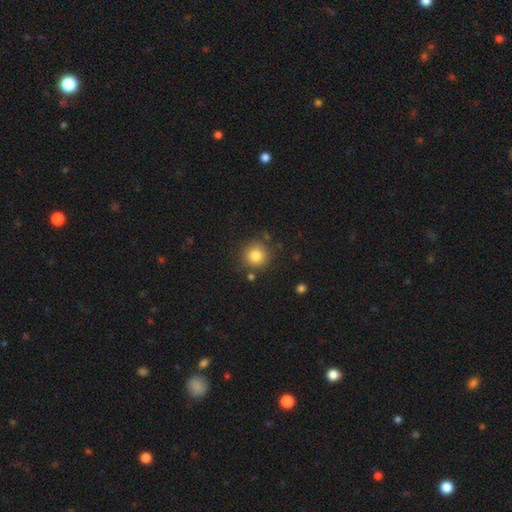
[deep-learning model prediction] Smooth or featured? smooth (82%)
How rounded? round (93%)
Merging? none (83%)